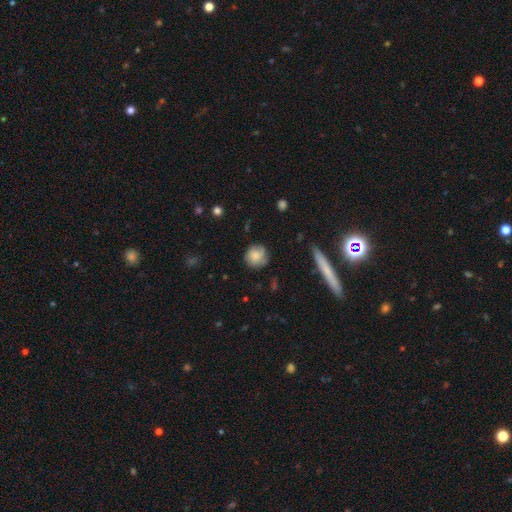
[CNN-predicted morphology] type=smooth (74%); roundness=round (84%); merging=none (69%).